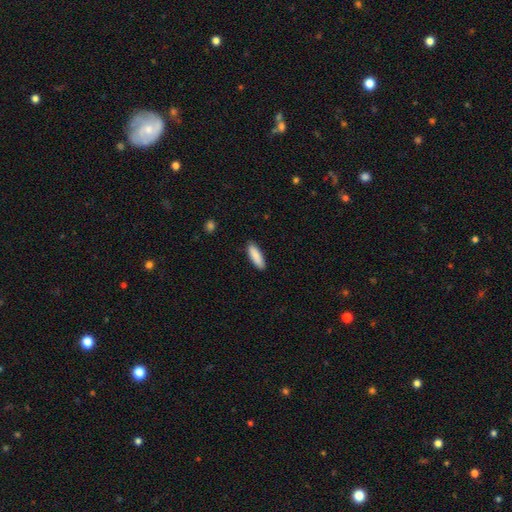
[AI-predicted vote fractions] Overall: smooth (88%). How rounded: in between (55%; cigar-shaped 44%). Merging: none (87%).